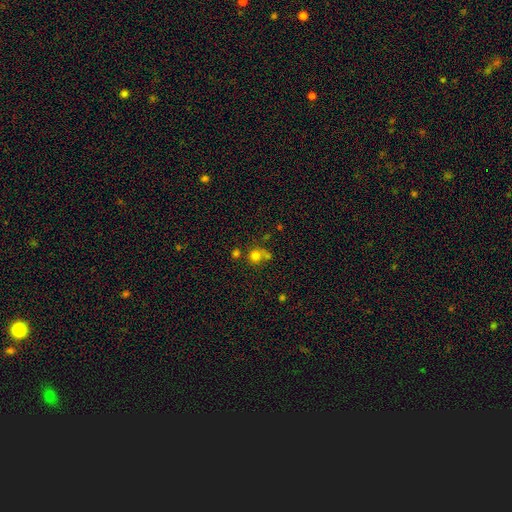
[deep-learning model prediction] Morphology: type=smooth (75%); roundness=round (86%); merging=none (50%).